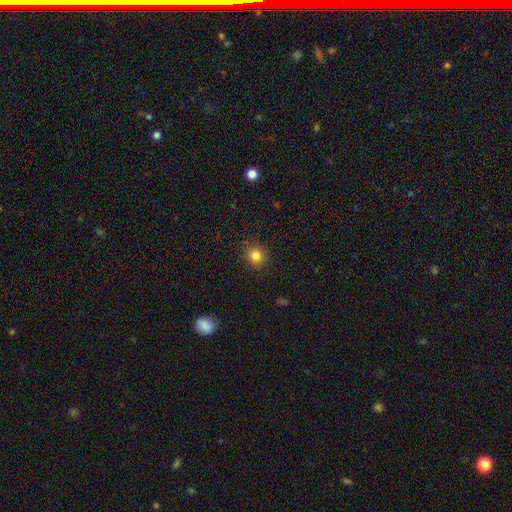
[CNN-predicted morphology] type=smooth (83%); roundness=round (86%); merging=none (90%).